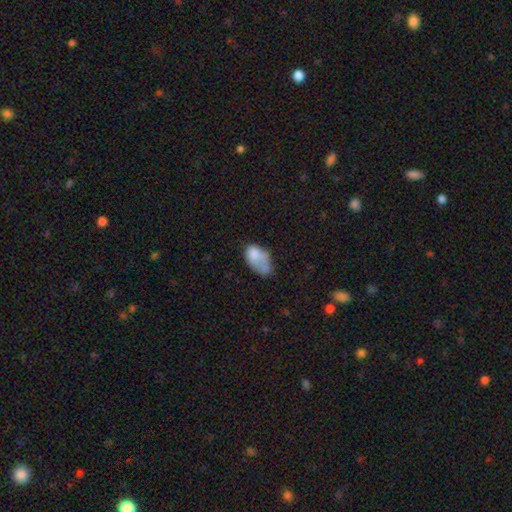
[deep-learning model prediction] Q: Smooth or featured?
A: smooth (72%); runner-up: featured or disk (19%)
Q: How rounded?
A: in between (92%); runner-up: round (6%)
Q: Merging?
A: none (32%); runner-up: minor disturbance (31%)